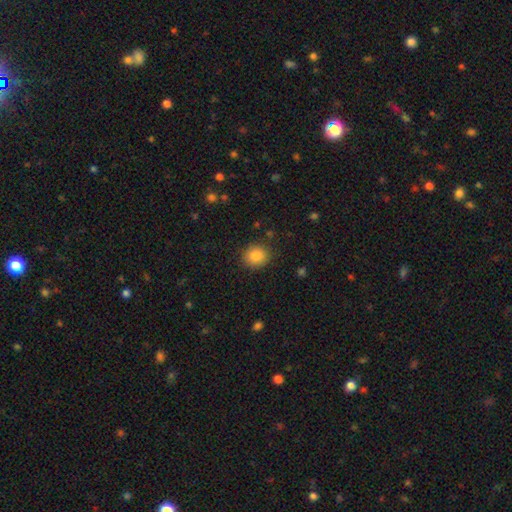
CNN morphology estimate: A smooth galaxy with no disk features (85%) that is round (77%).

Vote fractions:
- Smooth or featured? smooth: 85% / star or artifact: 9% / featured or disk: 5%
- How rounded? round: 77% / in between: 22% / cigar-shaped: 1%
- Merging? none: 87% / minor disturbance: 9% / major disturbance: 3% / merger: 1%